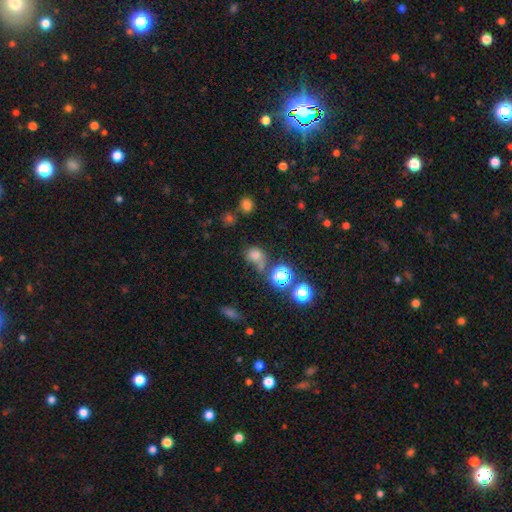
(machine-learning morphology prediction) Smooth or featured?
  - smooth: 59% *
  - star or artifact: 31%
  - featured or disk: 10%
How rounded?
  - round: 66% *
  - in between: 32%
  - cigar-shaped: 2%
Merging?
  - none: 55% *
  - merger: 17%
  - minor disturbance: 17%
  - major disturbance: 11%